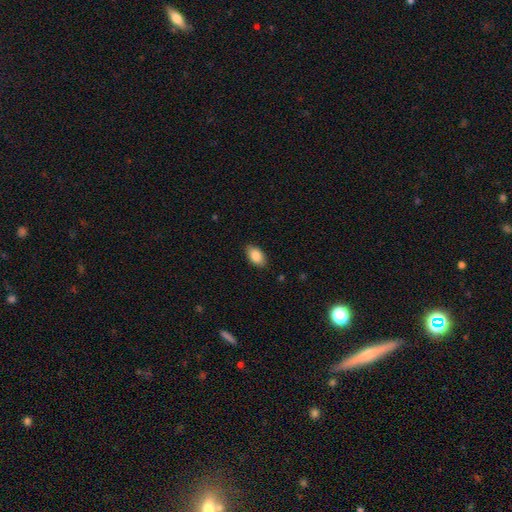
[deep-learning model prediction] Smooth or featured? smooth (87%)
How rounded? in between (92%)
Merging? none (86%)